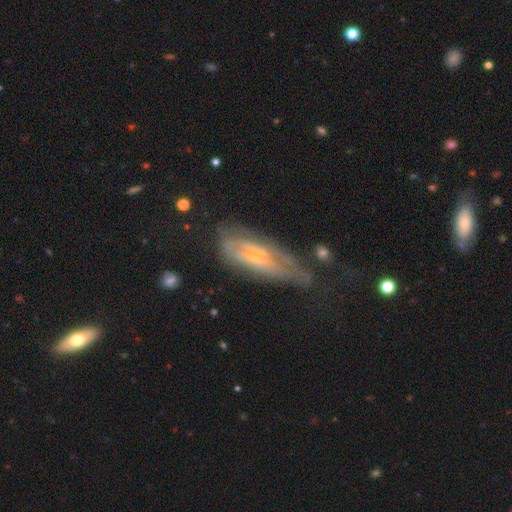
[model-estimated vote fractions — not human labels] Overall: featured or disk (60%; smooth 30%). Edge-on disk: no (67%; yes 33%). Merging: none (43%; minor disturbance 29%).